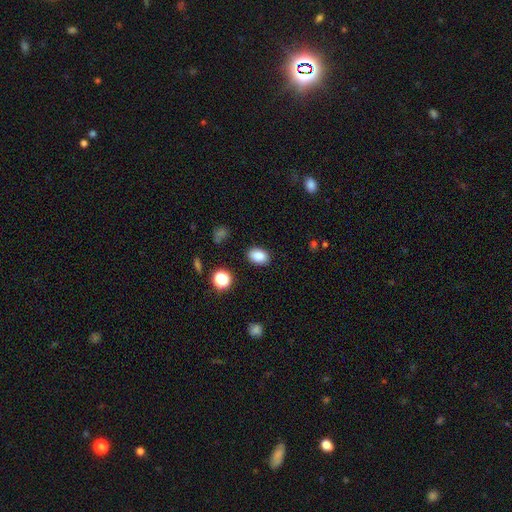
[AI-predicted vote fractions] A smooth galaxy with no disk features (86%) that is in between round and cigar-shaped (83%).

Vote fractions:
- Smooth or featured? smooth: 86% / star or artifact: 10% / featured or disk: 4%
- How rounded? in between: 83% / round: 16% / cigar-shaped: 1%
- Merging? none: 87% / minor disturbance: 9% / major disturbance: 3% / merger: 2%